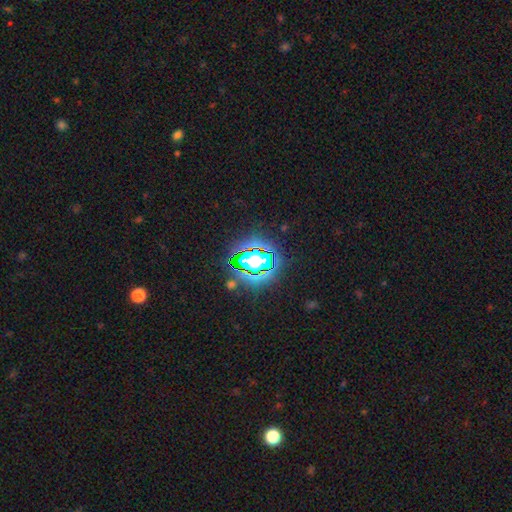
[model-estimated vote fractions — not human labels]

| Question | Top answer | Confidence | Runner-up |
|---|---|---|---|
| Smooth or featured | star or artifact | 85% | smooth (9%) |